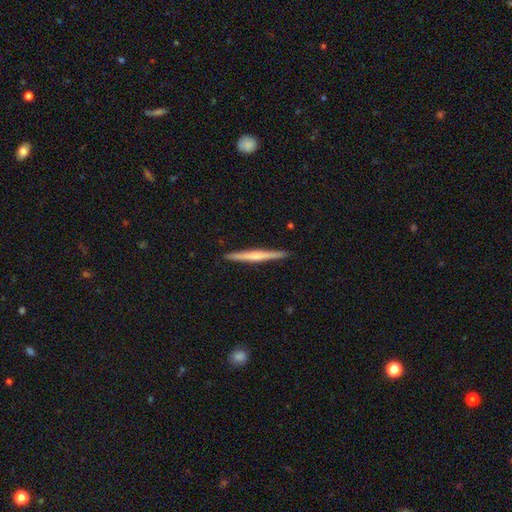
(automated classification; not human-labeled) Smooth or featured? Predicted: featured or disk (p=0.57). Edge-on disk? Predicted: yes (p=0.98). Edge-on bulge? Predicted: none (p=0.46). Merging? Predicted: none (p=0.92).